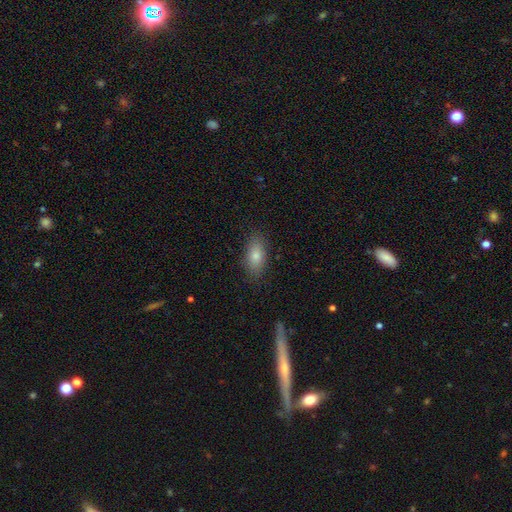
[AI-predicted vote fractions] This appears to be a smooth galaxy with no disk features (80%) that is in between round and cigar-shaped (86%). Merging: none (85%).